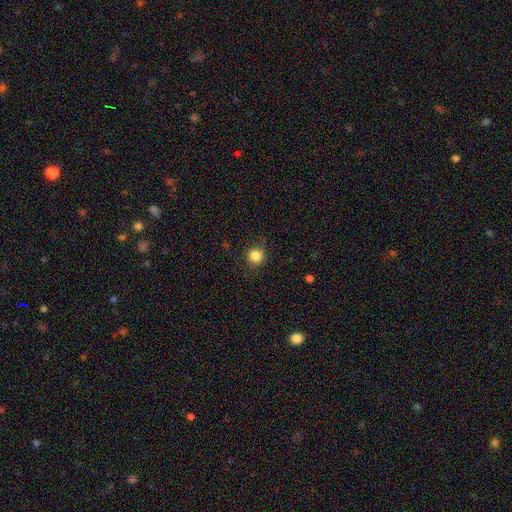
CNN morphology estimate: Smooth or featured: smooth — 84% (star or artifact — 11%)
How rounded: round — 92% (in between — 7%)
Merging: none — 85% (minor disturbance — 10%)